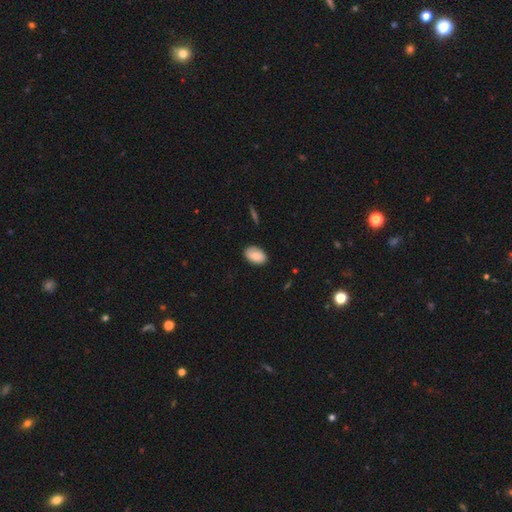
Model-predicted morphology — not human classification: A smooth galaxy with no disk features (80%) that is in between round and cigar-shaped (88%). Merging: none (83%).